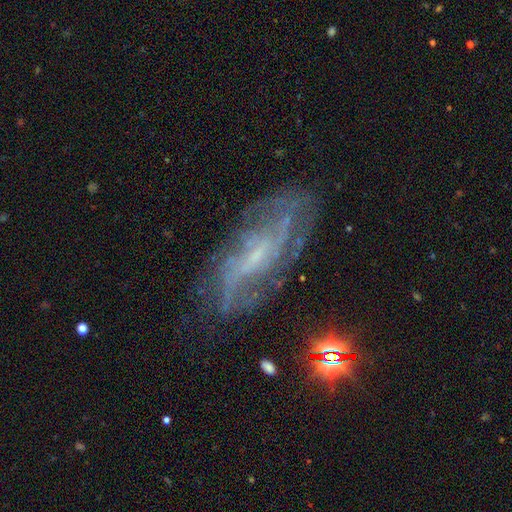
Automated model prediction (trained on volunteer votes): Overall: featured or disk (77%). Edge-on disk: no (89%). Bar: no (48%; weak 40%). Spiral arms: yes (86%). Spiral arm count: can't tell (42%; 2 29%). Spiral winding: medium (41%; tight 35%). Bulge size: small (70%). Merging: none (69%).